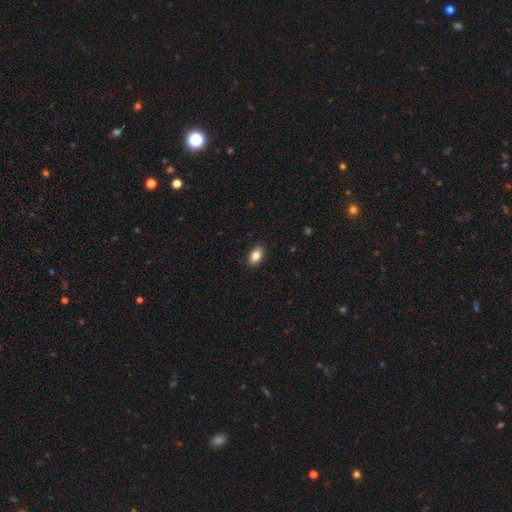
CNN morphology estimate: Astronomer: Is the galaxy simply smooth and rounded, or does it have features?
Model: smooth — 86%.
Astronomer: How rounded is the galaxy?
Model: in between — 91%.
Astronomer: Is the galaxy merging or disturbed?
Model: none — 89%.